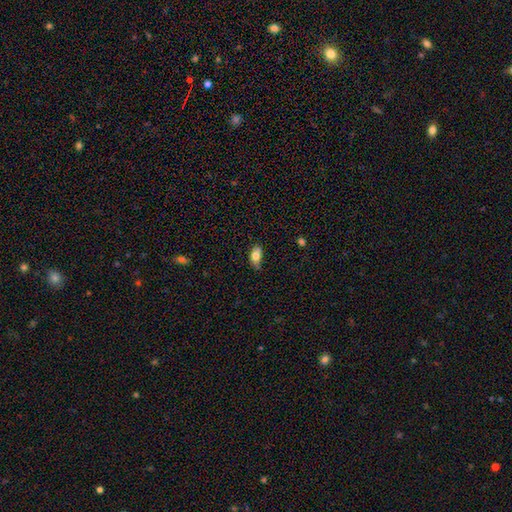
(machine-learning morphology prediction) Overall: smooth (79%). How rounded: in between (88%). Merging: none (59%; minor disturbance 32%).